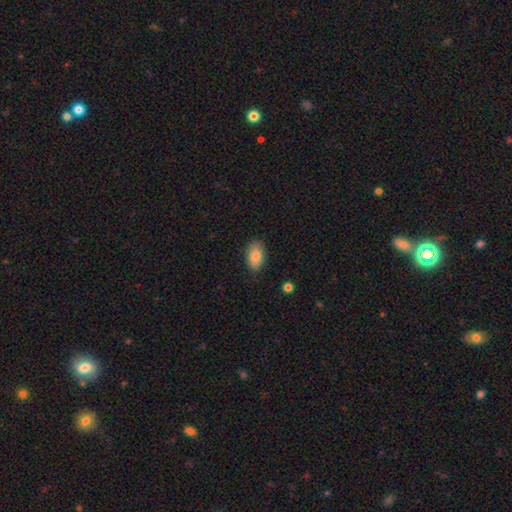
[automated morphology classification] Q: Smooth or featured?
A: smooth (83%); runner-up: featured or disk (10%)
Q: How rounded?
A: in between (92%); runner-up: round (6%)
Q: Merging?
A: none (82%); runner-up: minor disturbance (14%)